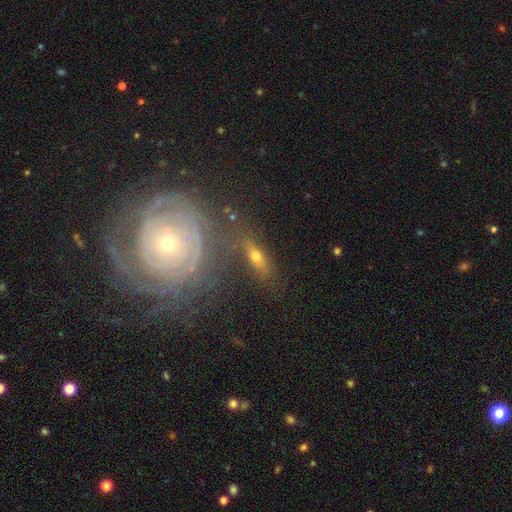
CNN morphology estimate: This is likely a featured or disk galaxy (66%). It is clearly not viewed edge-on (81%). Bar: likely no (72%). Spiral arm pattern: likely yes (79%). Central bulge: possibly small (55%). Merging: likely none (67%).